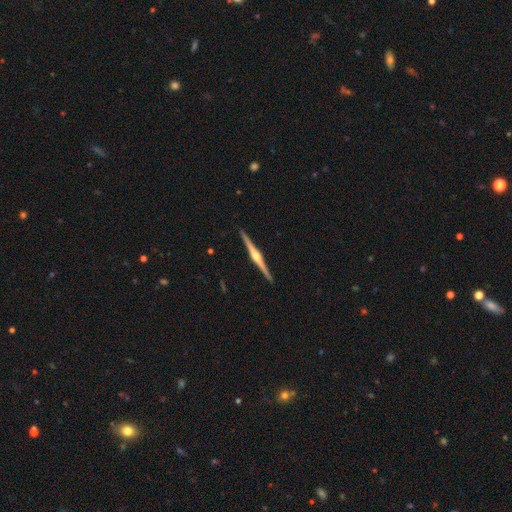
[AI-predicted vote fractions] Smooth or featured? Predicted: featured or disk (p=0.86). Edge-on disk? Predicted: yes (p=0.99). Edge-on bulge? Predicted: rounded (p=0.90). Merging? Predicted: none (p=0.93).